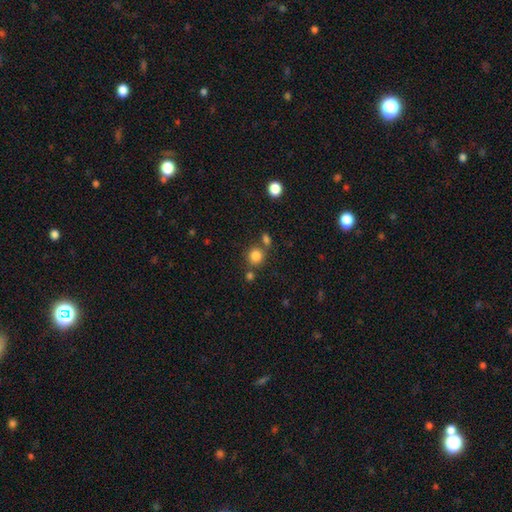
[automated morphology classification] This is clearly a smooth galaxy (82%). How rounded: clearly round (87%). Merging: likely none (69%).